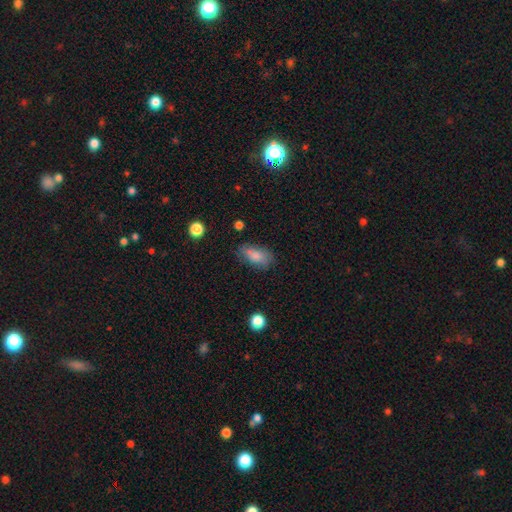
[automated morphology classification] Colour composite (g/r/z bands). It shows a smooth galaxy with no disk features (81%) that is in between round and cigar-shaped (88%). Merging: none (63%).